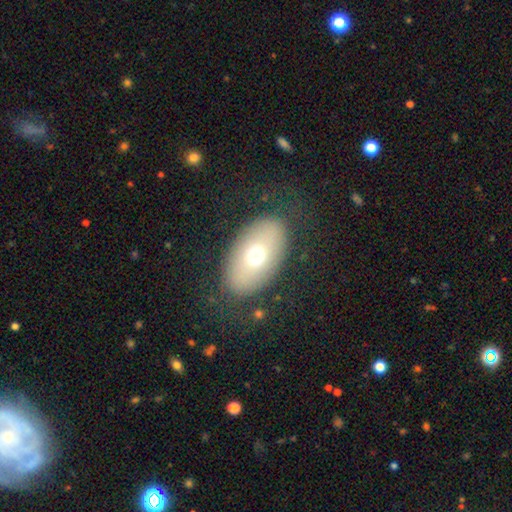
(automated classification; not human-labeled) smooth 66%, featured or disk 26%, star or artifact 9%. Down the decision tree: how rounded — in between (91%); merging — none (80%).